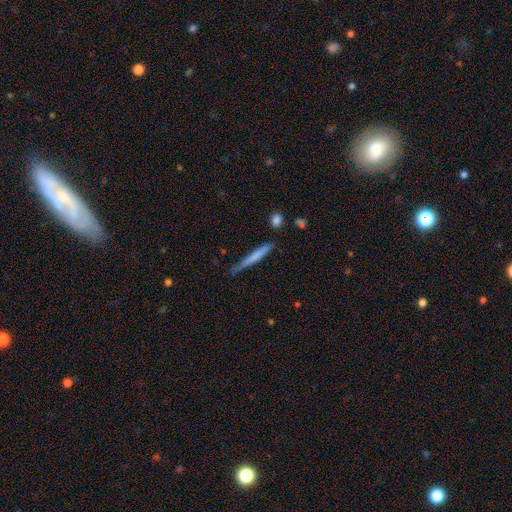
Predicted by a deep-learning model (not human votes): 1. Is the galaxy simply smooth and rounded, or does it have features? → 62% smooth, 32% featured or disk, 6% star or artifact.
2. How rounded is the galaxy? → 96% cigar-shaped, 3% in between, 1% round.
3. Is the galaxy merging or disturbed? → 73% none, 20% minor disturbance, 4% major disturbance, 3% merger.